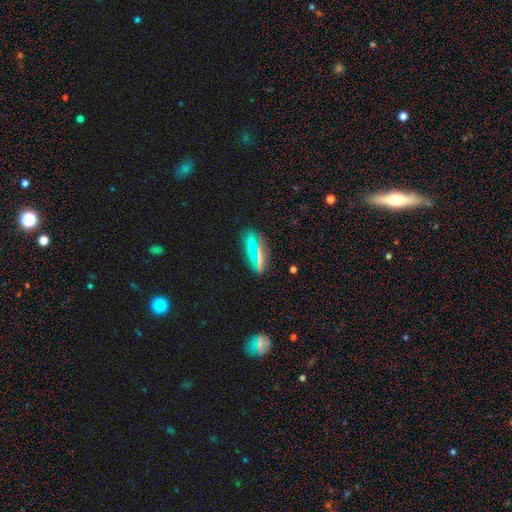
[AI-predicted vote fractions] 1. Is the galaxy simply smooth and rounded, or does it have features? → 62% smooth, 20% star or artifact, 19% featured or disk.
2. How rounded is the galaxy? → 59% in between, 31% cigar-shaped, 10% round.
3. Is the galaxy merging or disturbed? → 79% none, 14% minor disturbance, 4% major disturbance, 3% merger.